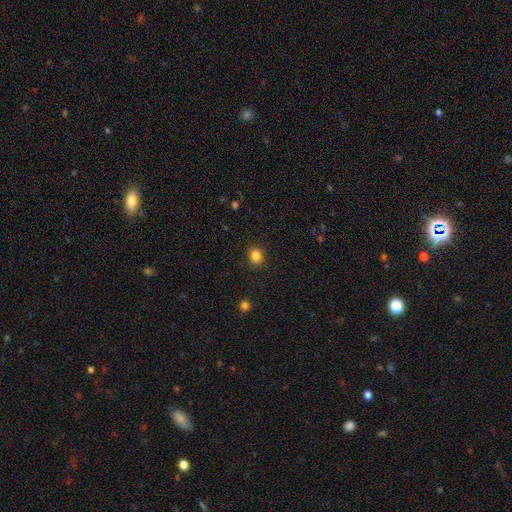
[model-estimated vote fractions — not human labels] Morphology: type=smooth (84%); roundness=round (68%); merging=none (89%).